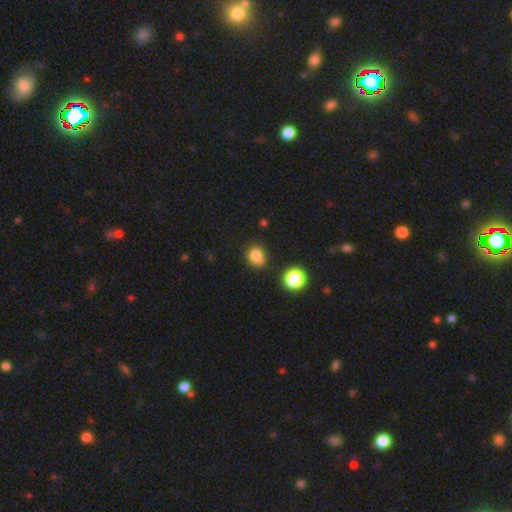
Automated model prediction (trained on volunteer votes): smooth-or-featured: smooth: 80% | star or artifact: 14% | featured or disk: 7%
  how-rounded: round: 75% | in between: 24% | cigar-shaped: 1%
  merging: none: 66% | minor disturbance: 19% | merger: 10% | major disturbance: 5%